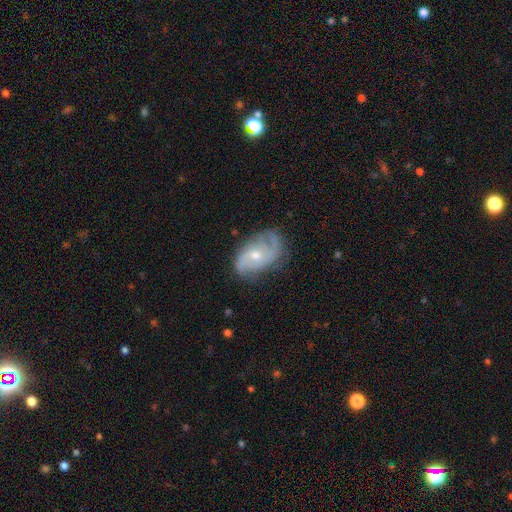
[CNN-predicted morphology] A featured or disk galaxy (77%) with no bar (66%), 2 (56%) medium (42%) spiral arms (91%) and a small central bulge (49%).

Vote fractions:
- Smooth or featured? featured or disk: 77% / smooth: 16% / star or artifact: 6%
- Edge-on disk? no: 96% / yes: 4%
- Bar? no: 66% / weak: 29% / strong: 5%
- Spiral arms? yes: 91% / no: 9%
- Spiral winding? medium: 42% / tight: 31% / loose: 27%
- Spiral arm count? 2: 56% / can't tell: 21% / 3: 11% / 1: 7% / 4: 3% / more than 4: 3%
- Bulge size? small: 49% / moderate: 48% / large: 2% / none: 1% / dominant: 1%
- Merging? none: 61% / minor disturbance: 25% / major disturbance: 12% / merger: 2%